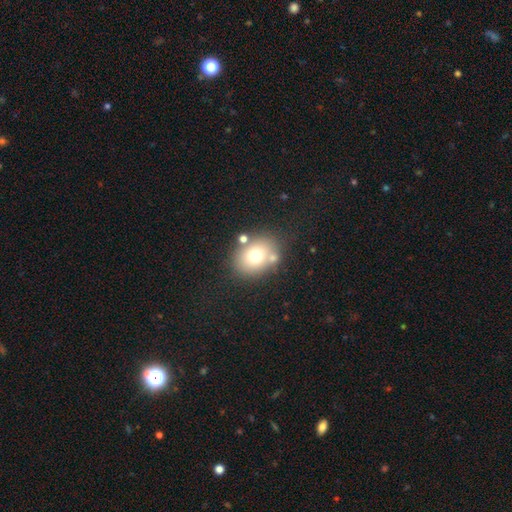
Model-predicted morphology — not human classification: This is likely a smooth galaxy (70%). How rounded: possibly in between (53%). Merging: likely none (71%).